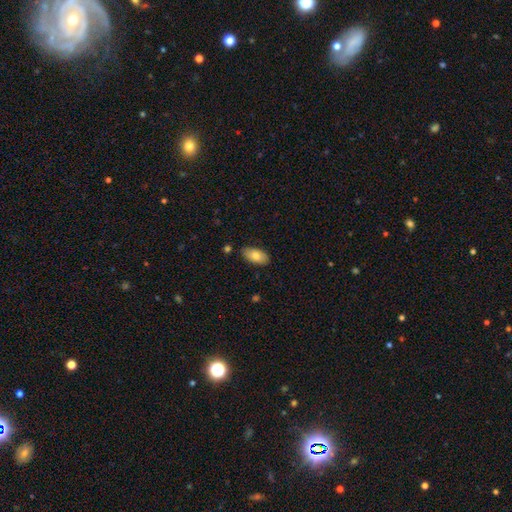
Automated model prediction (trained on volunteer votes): smooth_or_featured: smooth (p=0.78) [alt: featured or disk p=0.16]
how_rounded: in between (p=0.93) [alt: cigar-shaped p=0.04]
merging: none (p=0.85) [alt: minor disturbance p=0.11]